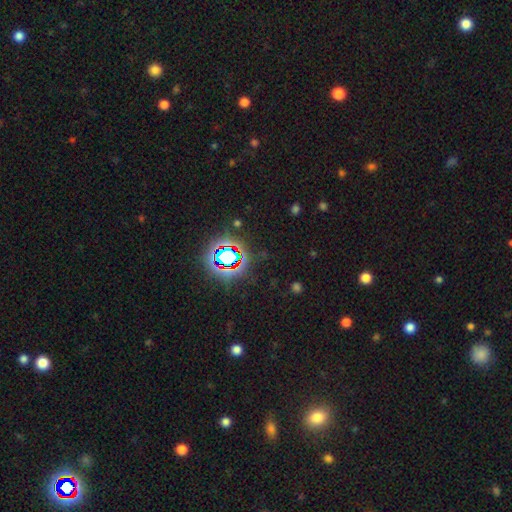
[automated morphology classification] Smooth or featured? Predicted: star or artifact (p=0.78).